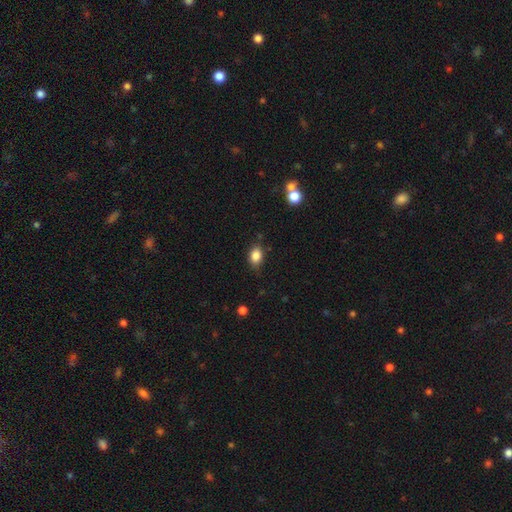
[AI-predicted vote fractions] Morphology: type=smooth (85%); roundness=in between (76%); merging=none (77%).